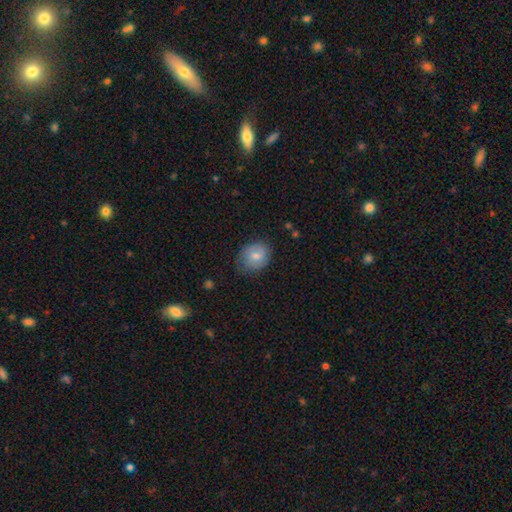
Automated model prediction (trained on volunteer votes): smooth 73%, featured or disk 19%, star or artifact 7%. Down the decision tree: how rounded — round (59%); merging — none (69%).